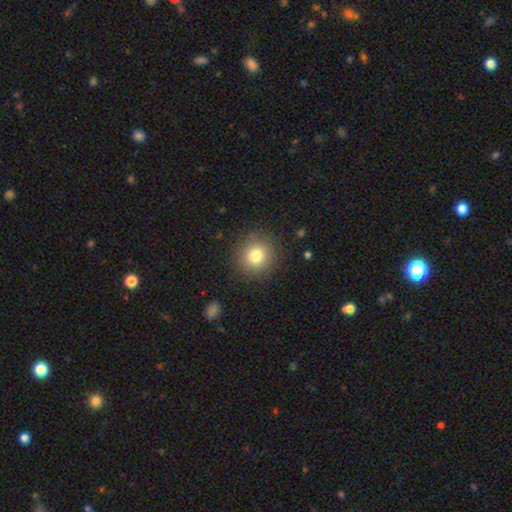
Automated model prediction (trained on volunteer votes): Smooth or featured? Predicted: smooth (p=0.80). How rounded? Predicted: round (p=0.91). Merging? Predicted: none (p=0.88).